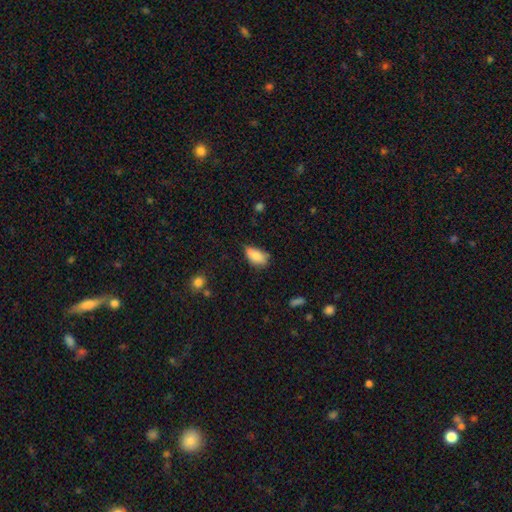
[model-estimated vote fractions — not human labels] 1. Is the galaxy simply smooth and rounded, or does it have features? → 83% smooth, 9% featured or disk, 8% star or artifact.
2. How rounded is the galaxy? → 91% in between, 5% round, 4% cigar-shaped.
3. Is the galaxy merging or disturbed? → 53% none, 37% minor disturbance, 8% major disturbance, 3% merger.